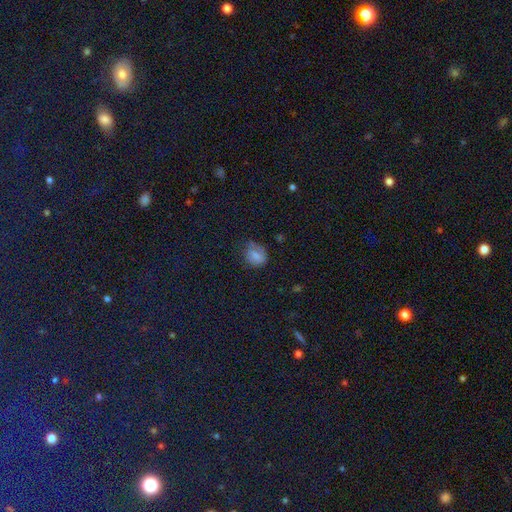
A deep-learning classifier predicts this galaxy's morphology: Smooth or featured: smooth — 71% (star or artifact — 16%)
How rounded: round — 53% (in between — 45%)
Merging: none — 63% (minor disturbance — 26%)